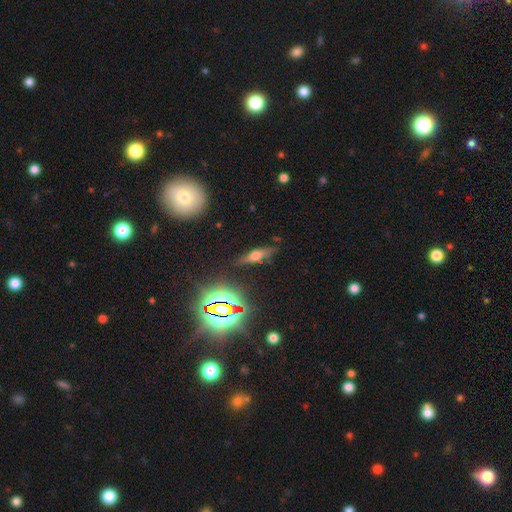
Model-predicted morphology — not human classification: This is marginally a smooth galaxy (43%). Merging: likely none (80%).